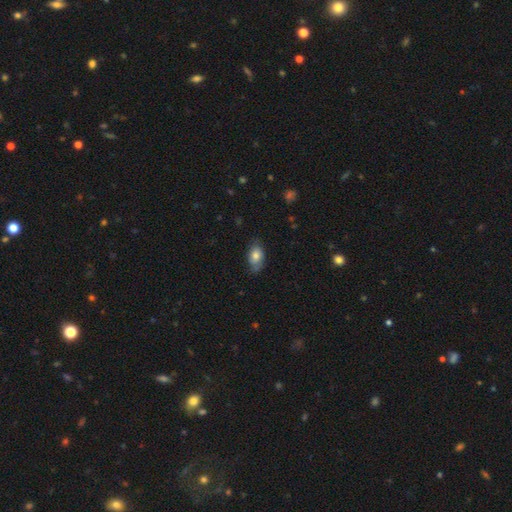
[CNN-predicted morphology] smooth_or_featured: smooth (p=0.76) [alt: featured or disk p=0.16]
how_rounded: in between (p=0.89) [alt: round p=0.08]
merging: none (p=0.69) [alt: minor disturbance p=0.24]